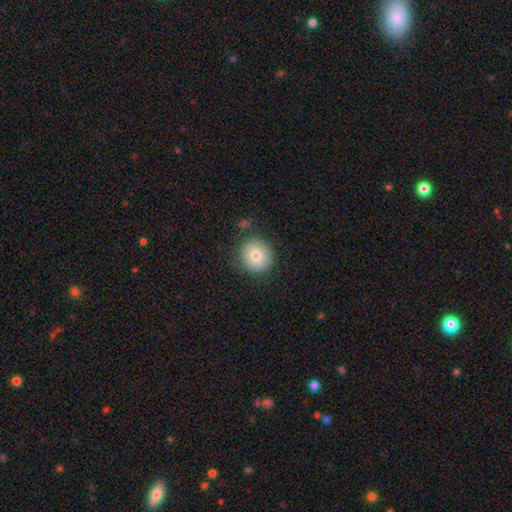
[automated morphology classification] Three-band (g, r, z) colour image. It shows a smooth galaxy with no disk features (76%) that is round (92%). Merging: none (85%).